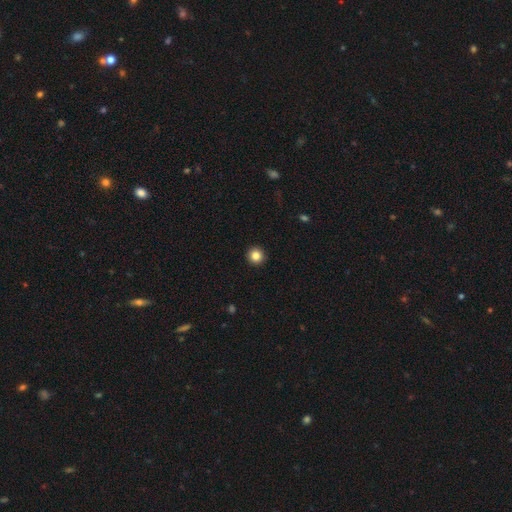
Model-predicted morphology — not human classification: smooth 84%, star or artifact 10%, featured or disk 5%. Down the decision tree: how rounded — round (96%); merging — none (94%).